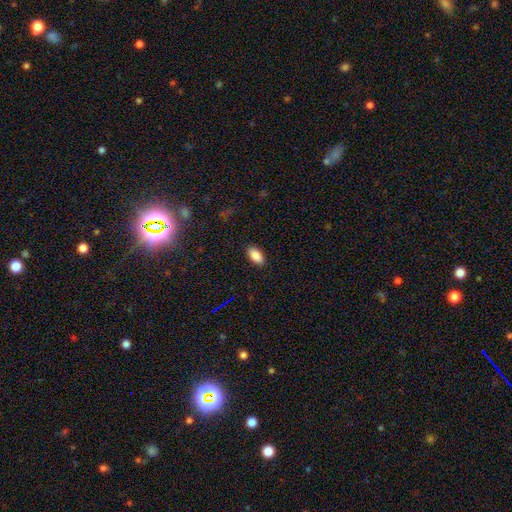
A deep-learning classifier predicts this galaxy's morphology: Overall: smooth (87%). How rounded: in between (93%). Merging: none (89%).